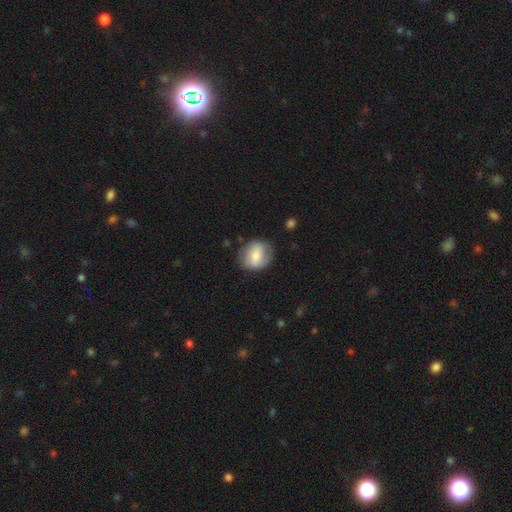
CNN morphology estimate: Smooth or featured? smooth (61%)
How rounded? round (62%)
Merging? none (71%)